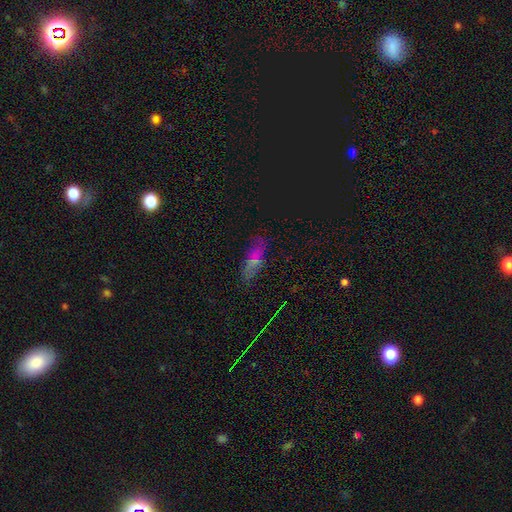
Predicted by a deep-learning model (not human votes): Morphology: type=smooth (51%); roundness=in between (57%); merging=none (77%).